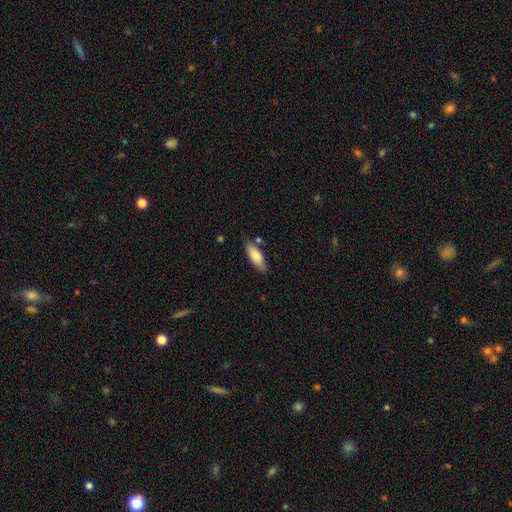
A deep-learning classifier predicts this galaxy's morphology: Smooth or featured: smooth — 81% (featured or disk — 13%)
How rounded: in between — 65% (cigar-shaped — 33%)
Merging: none — 77% (minor disturbance — 16%)